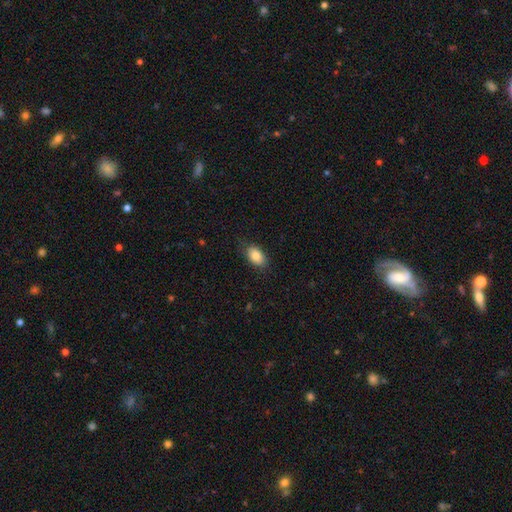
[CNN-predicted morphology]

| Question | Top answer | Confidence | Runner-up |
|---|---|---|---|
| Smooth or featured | smooth | 84% | featured or disk (9%) |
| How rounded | in between | 90% | round (8%) |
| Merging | none | 82% | minor disturbance (14%) |